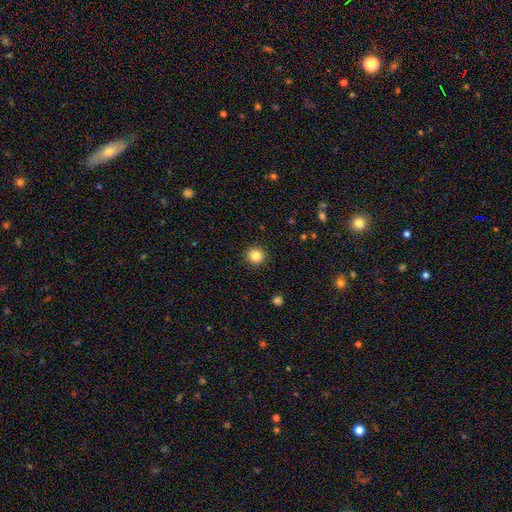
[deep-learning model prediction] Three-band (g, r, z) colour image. It shows a smooth galaxy with no disk features (84%) that is round (94%). Merging: none (92%).